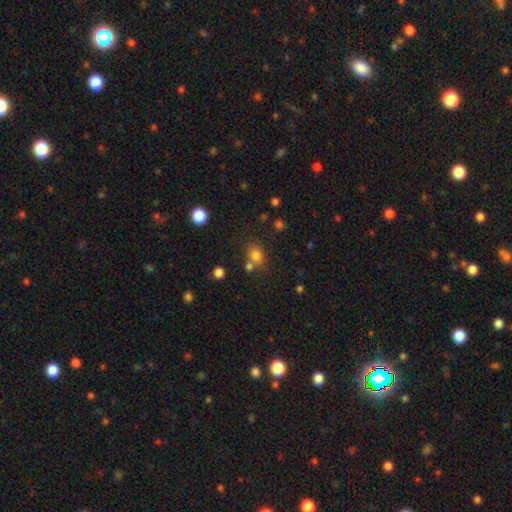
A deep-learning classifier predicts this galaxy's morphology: Q: Smooth or featured?
A: smooth (78%); runner-up: star or artifact (15%)
Q: How rounded?
A: round (59%); runner-up: in between (40%)
Q: Merging?
A: none (62%); runner-up: merger (22%)